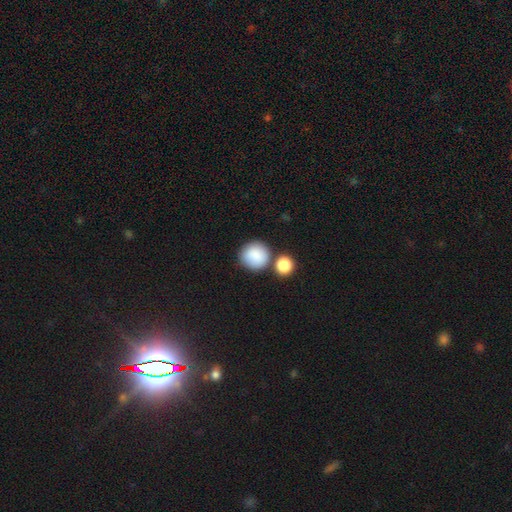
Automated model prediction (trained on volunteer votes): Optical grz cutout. It shows a smooth galaxy with no disk features (87%) that is round (90%). Merging: none (68%).